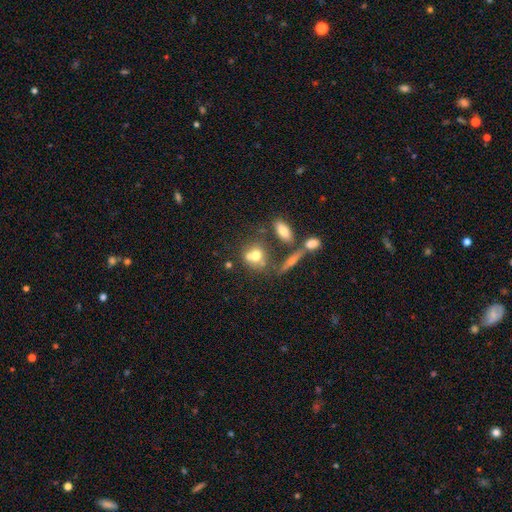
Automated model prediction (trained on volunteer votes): Smooth or featured: smooth — 66% (featured or disk — 22%)
How rounded: round — 56% (in between — 39%)
Merging: merger — 41% (none — 38%)